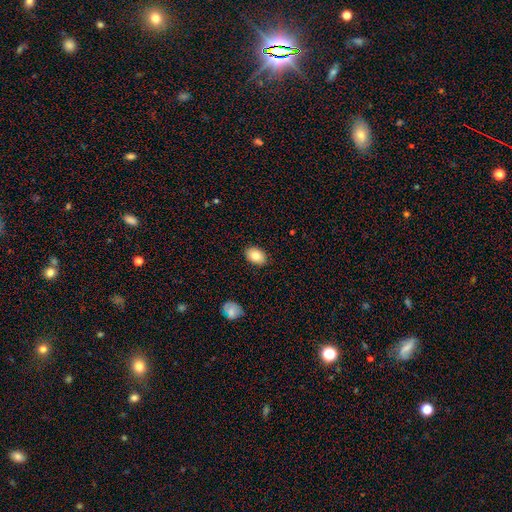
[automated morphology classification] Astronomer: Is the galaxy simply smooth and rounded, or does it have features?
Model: smooth — 83%.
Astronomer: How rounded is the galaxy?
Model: in between — 83%.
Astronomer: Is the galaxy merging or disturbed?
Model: none — 88%.